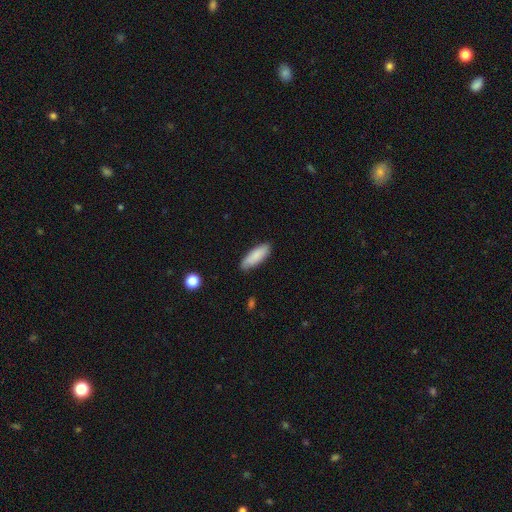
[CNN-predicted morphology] Smooth or featured? smooth (87%)
How rounded? in between (58%)
Merging? none (85%)